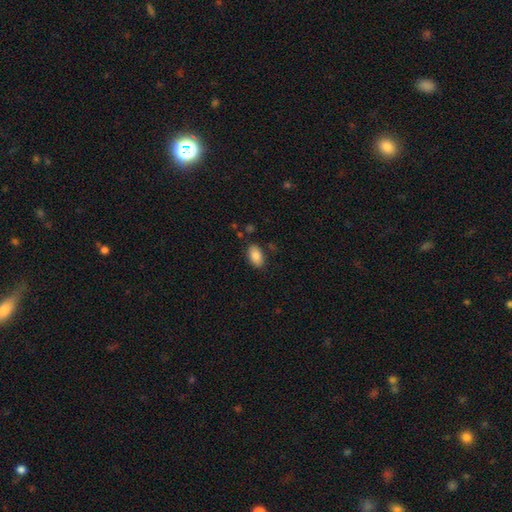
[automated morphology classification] smooth 87%, star or artifact 7%, featured or disk 6%. Down the decision tree: how rounded — in between (93%); merging — none (82%).